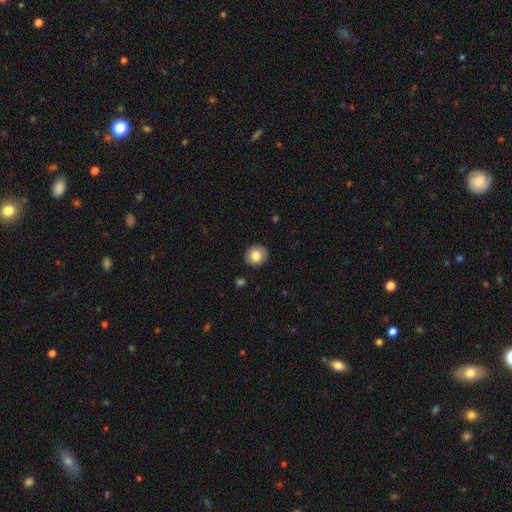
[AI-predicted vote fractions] Smooth or featured? smooth (82%)
How rounded? round (86%)
Merging? none (90%)